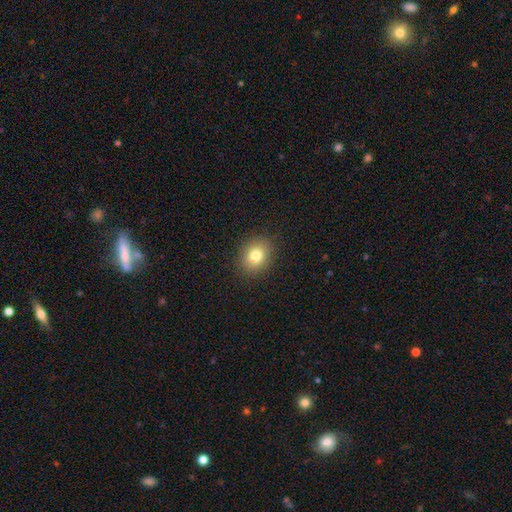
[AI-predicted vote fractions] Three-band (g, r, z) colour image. It shows a smooth galaxy with no disk features (80%) that is round (51%). Merging: none (88%).